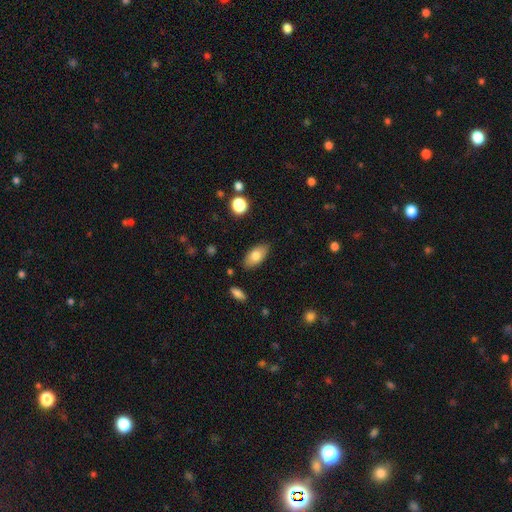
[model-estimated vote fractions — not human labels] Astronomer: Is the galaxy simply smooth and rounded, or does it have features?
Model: smooth — 78%.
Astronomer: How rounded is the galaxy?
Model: in between — 91%.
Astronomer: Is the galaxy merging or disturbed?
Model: none — 85%.